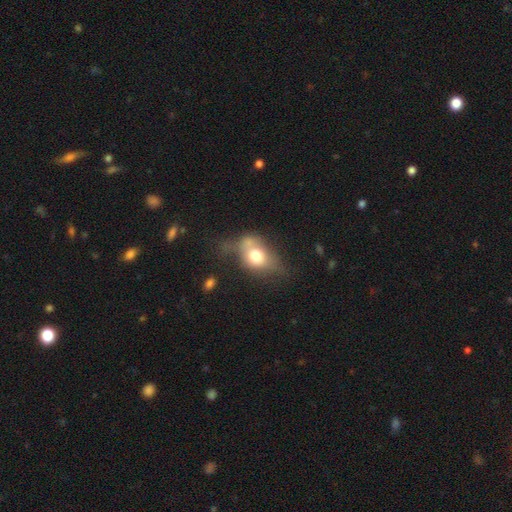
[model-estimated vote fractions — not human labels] Smooth or featured? Predicted: smooth (p=0.64). How rounded? Predicted: in between (p=0.69). Merging? Predicted: none (p=0.32).